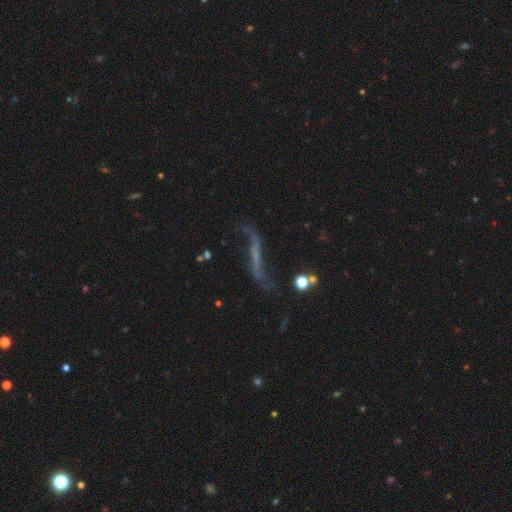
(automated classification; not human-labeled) The model was most divided on "bar": strong: 37%, no: 34%, weak: 29%. More confident: spiral arms — yes (83%); smooth or featured — featured or disk (72%); edge-on disk — no (70%); merging — none (57%); bulge size — none (57%).